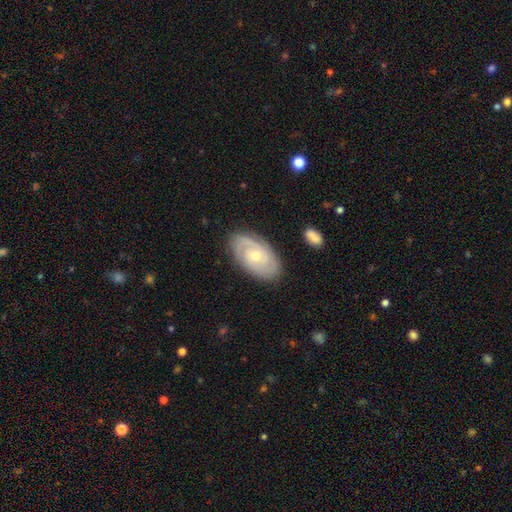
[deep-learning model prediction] This appears to be a featured or disk galaxy (78%) with no bar (74%), 2 (50%) tight (67%) spiral arms (91%) and a moderate central bulge (53%). Merging: none (83%).